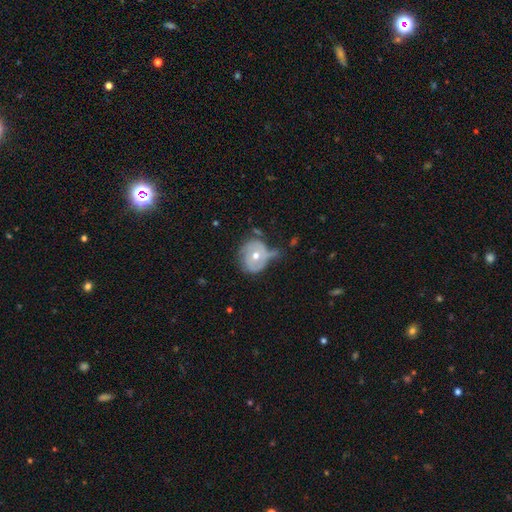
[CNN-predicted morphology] type=featured or disk (57%); edge-on=no (96%); bar=no (81%); spiral arms=yes (57%); bulge=moderate (72%); merging=none (41%).